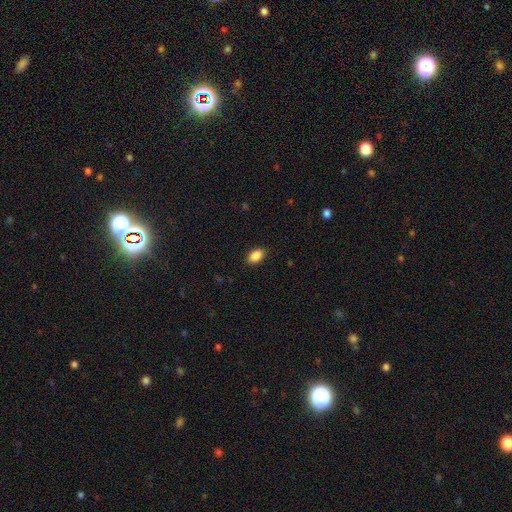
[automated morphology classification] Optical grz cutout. It shows a smooth galaxy with no disk features (89%) that is in between round and cigar-shaped (88%). Merging: none (88%).